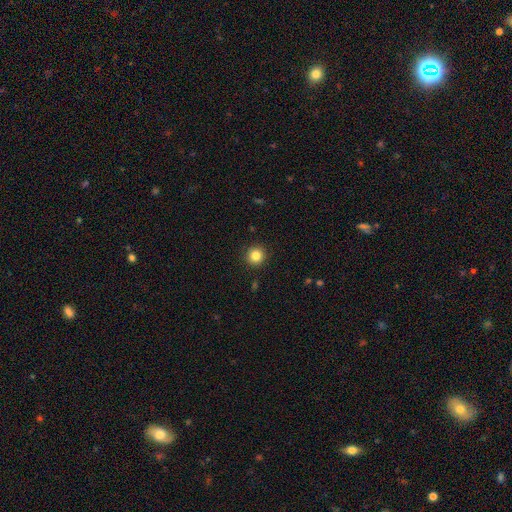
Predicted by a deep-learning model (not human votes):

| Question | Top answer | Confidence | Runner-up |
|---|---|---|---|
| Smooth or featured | smooth | 83% | star or artifact (11%) |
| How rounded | round | 95% | in between (4%) |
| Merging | none | 92% | minor disturbance (5%) |